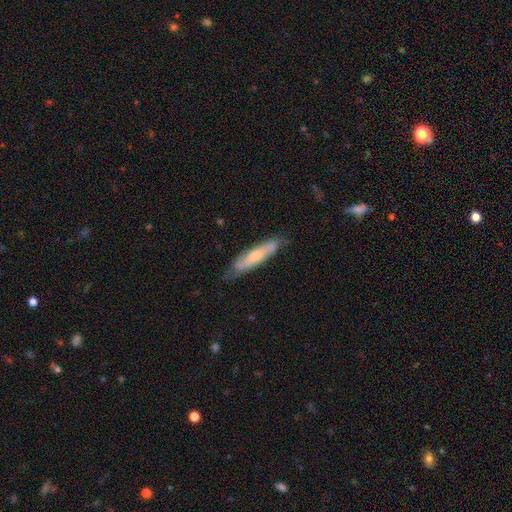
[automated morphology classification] A featured or disk galaxy (53%).

Vote fractions:
- Smooth or featured? featured or disk: 53% / smooth: 41% / star or artifact: 6%
- Edge-on disk? no: 55% / yes: 45%
- Merging? none: 71% / minor disturbance: 22% / major disturbance: 5% / merger: 2%